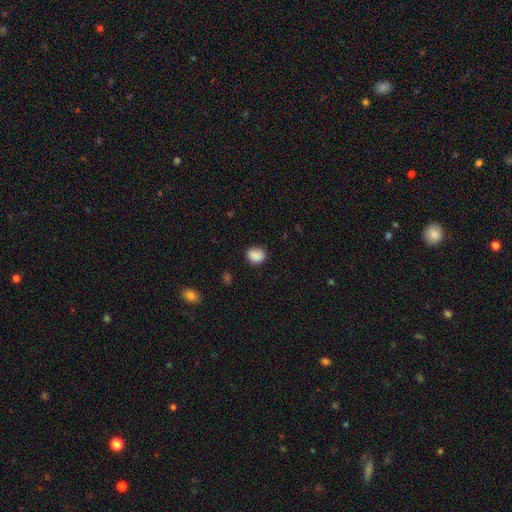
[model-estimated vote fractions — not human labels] A smooth galaxy with no disk features (88%) that is round (59%).

Vote fractions:
- Smooth or featured? smooth: 88% / star or artifact: 8% / featured or disk: 4%
- How rounded? round: 59% / in between: 40% / cigar-shaped: 1%
- Merging? none: 82% / minor disturbance: 14% / major disturbance: 3% / merger: 1%